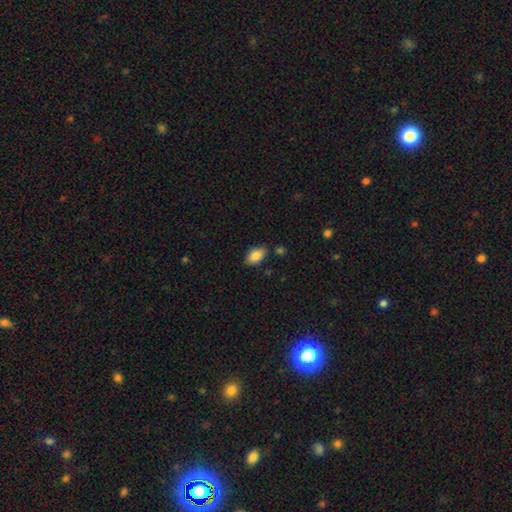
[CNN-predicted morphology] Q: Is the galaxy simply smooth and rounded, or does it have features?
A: smooth — 85%.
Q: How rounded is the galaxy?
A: in between — 90%.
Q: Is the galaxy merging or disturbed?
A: none — 80%.